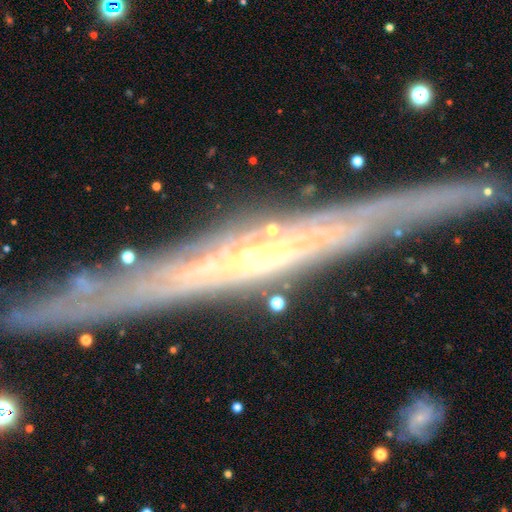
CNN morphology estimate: Overall: featured or disk (83%). Edge-on disk: yes (92%). Edge-on bulge: none (46%; rounded 45%). Merging: none (86%).